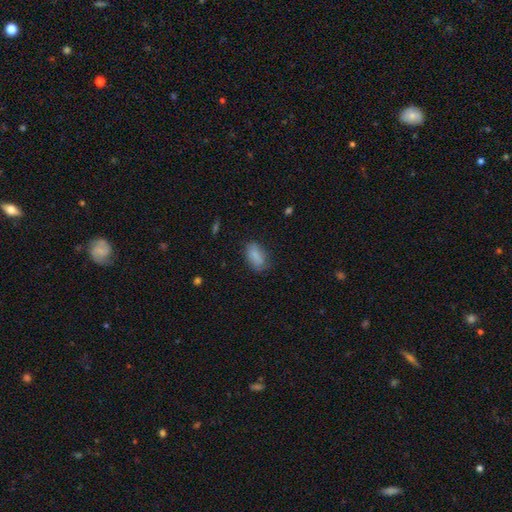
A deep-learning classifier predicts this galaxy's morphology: smooth 85%, featured or disk 8%, star or artifact 8%. Down the decision tree: how rounded — in between (90%); merging — none (74%).